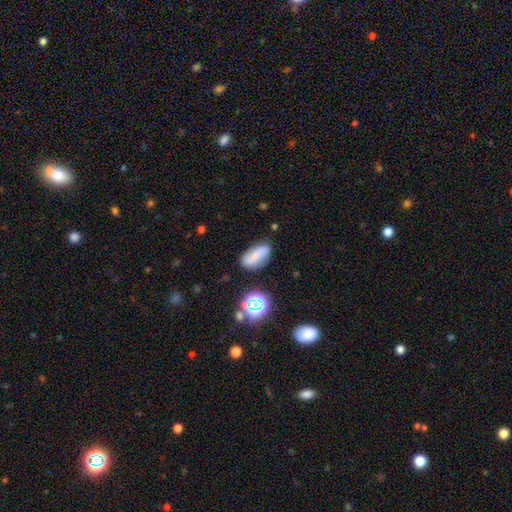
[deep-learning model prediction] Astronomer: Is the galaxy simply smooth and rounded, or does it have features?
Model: smooth — 59%.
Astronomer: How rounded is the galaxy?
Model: in between — 77%.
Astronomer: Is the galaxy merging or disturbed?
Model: none — 73%.